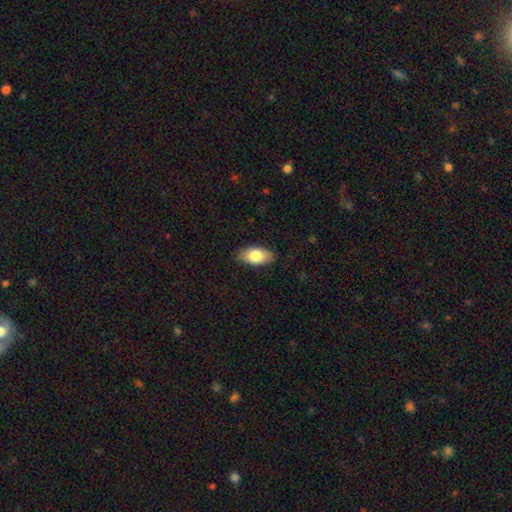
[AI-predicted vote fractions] Smooth or featured? smooth (81%)
How rounded? in between (93%)
Merging? none (85%)